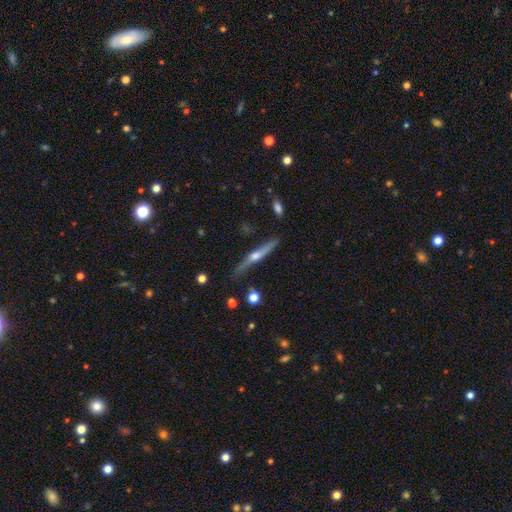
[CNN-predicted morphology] The model was most divided on "smooth or featured": featured or disk: 70%, smooth: 24%, star or artifact: 6%. More confident: edge-on disk — yes (97%); edge-on bulge — rounded (88%); merging — none (80%).